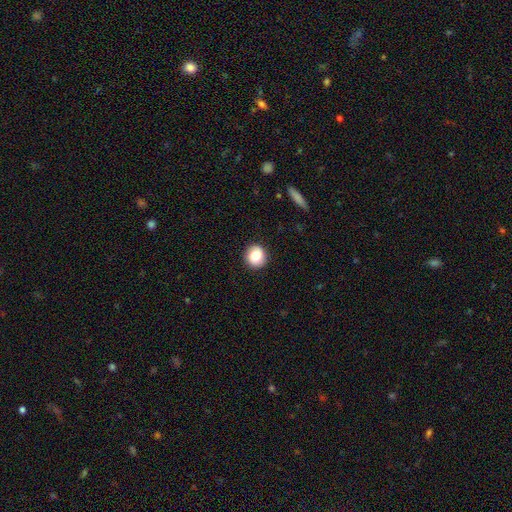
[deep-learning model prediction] Morphology: type=smooth (83%); roundness=round (89%); merging=none (90%).